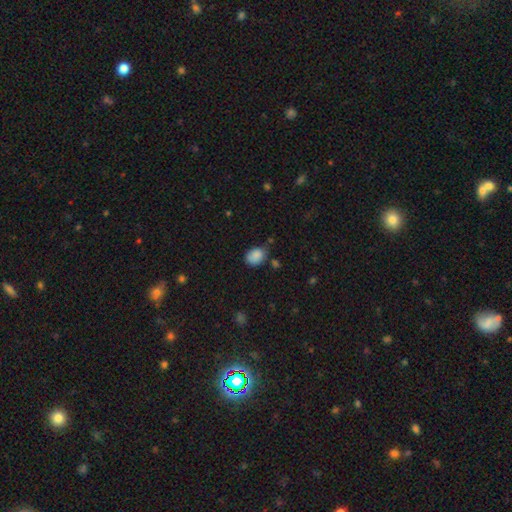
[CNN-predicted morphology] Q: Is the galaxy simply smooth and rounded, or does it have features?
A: smooth — 86%.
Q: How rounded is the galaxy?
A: in between — 66%.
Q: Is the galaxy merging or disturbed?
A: none — 59%.